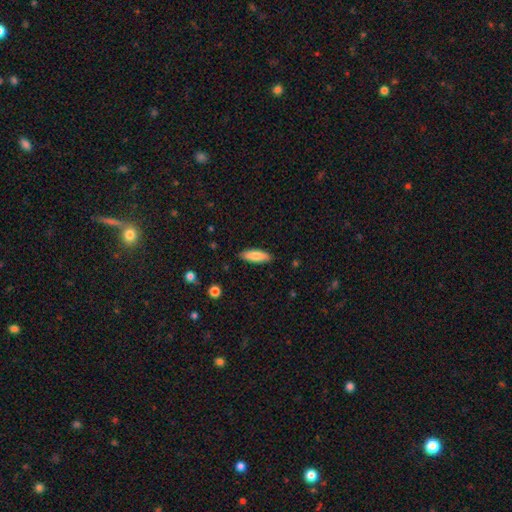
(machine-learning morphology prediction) Q: Smooth or featured?
A: smooth (83%); runner-up: featured or disk (11%)
Q: How rounded?
A: in between (55%); runner-up: cigar-shaped (44%)
Q: Merging?
A: none (88%); runner-up: minor disturbance (9%)